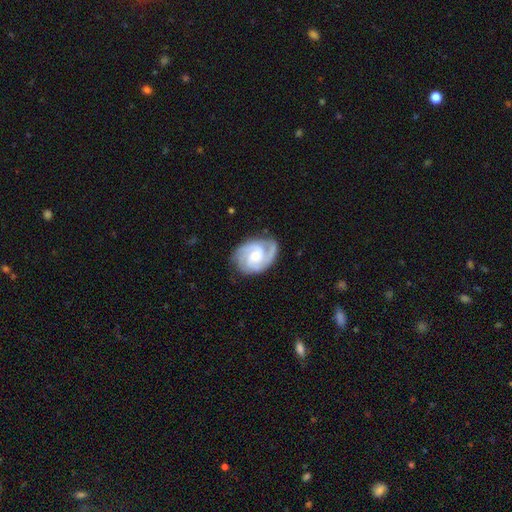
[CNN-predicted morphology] The model was most divided on "spiral arm count" (2-way tie): 3: 39%, 2: 39%, can't tell: 10%, 4: 5%, 1: 4%, more than 4: 3%. Remaining: edge-on disk — no (98%); spiral arms — yes (98%); smooth or featured — featured or disk (87%); merging — none (76%); spiral winding — tight (52%); bar — no (51%); bulge size — moderate (46%).